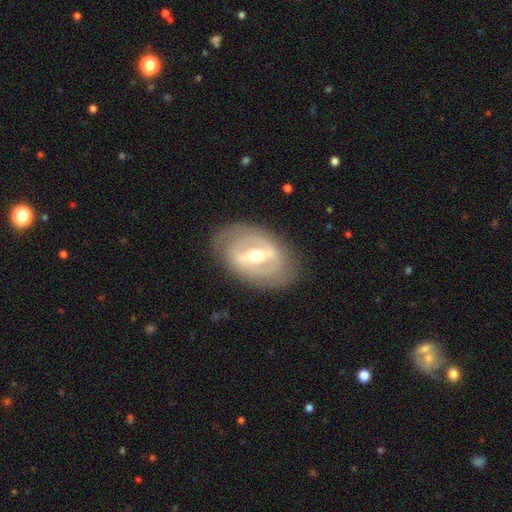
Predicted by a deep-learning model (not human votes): Smooth or featured? Predicted: featured or disk (p=0.77). Edge-on disk? Predicted: no (p=0.92). Bar? Predicted: strong (p=0.63). Spiral arms? Predicted: no (p=0.56). Bulge size? Predicted: moderate (p=0.72). Merging? Predicted: none (p=0.80).